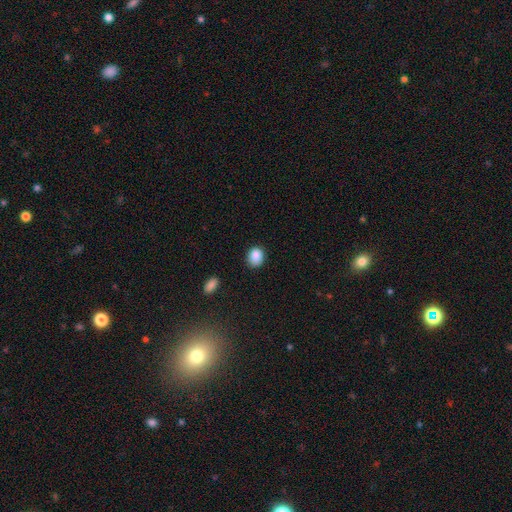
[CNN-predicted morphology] Smooth or featured?
  - smooth: 88% *
  - star or artifact: 9%
  - featured or disk: 3%
How rounded?
  - round: 58% *
  - in between: 41%
  - cigar-shaped: 1%
Merging?
  - none: 84% *
  - minor disturbance: 12%
  - major disturbance: 2%
  - merger: 2%